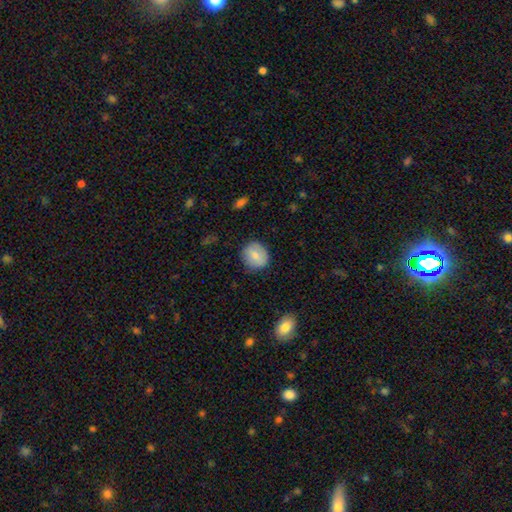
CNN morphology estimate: Smooth or featured? Predicted: smooth (p=0.80). How rounded? Predicted: round (p=0.80). Merging? Predicted: none (p=0.82).